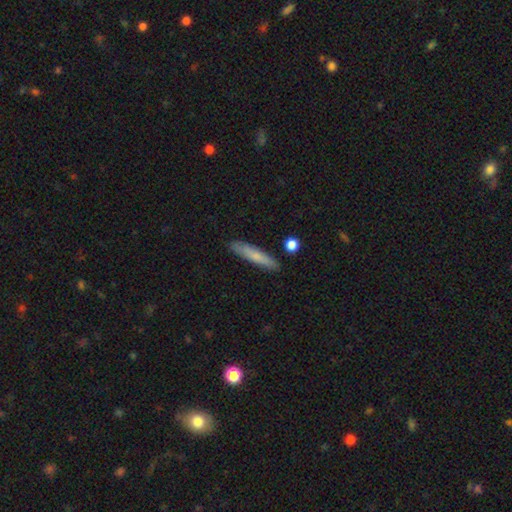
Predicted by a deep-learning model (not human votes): A smooth galaxy with no disk features (73%) that is cigar-shaped (89%). Merging: none (86%).